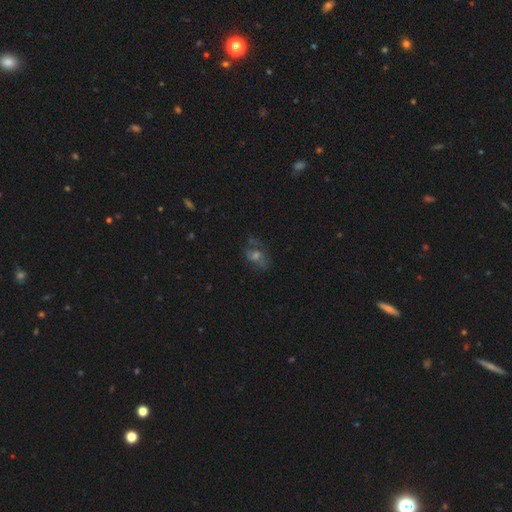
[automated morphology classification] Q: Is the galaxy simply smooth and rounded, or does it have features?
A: featured or disk — 45%.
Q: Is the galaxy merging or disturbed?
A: none — 61%.